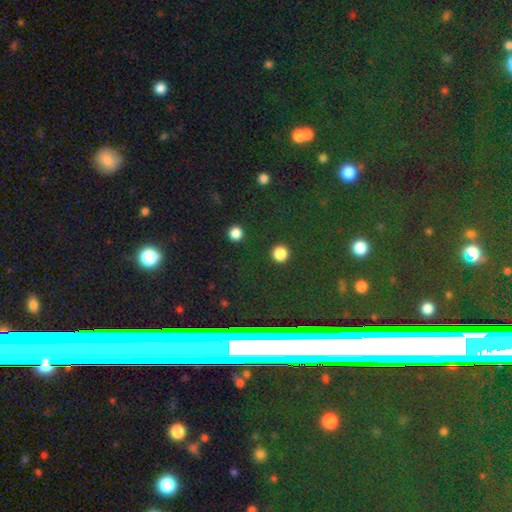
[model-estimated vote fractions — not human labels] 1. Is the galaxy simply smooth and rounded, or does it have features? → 66% star or artifact, 19% smooth, 15% featured or disk.